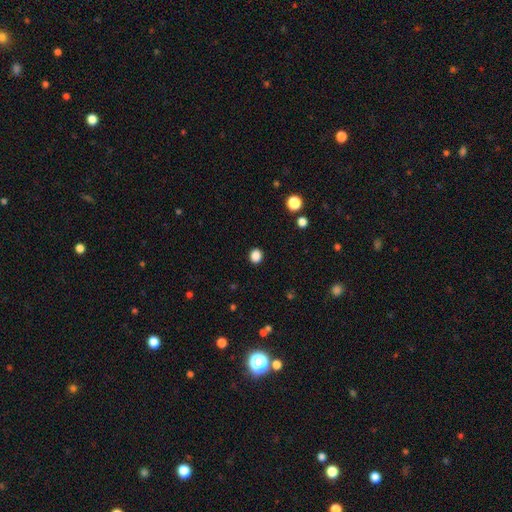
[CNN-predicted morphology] This appears to be a smooth galaxy with no disk features (86%) that is round (68%). Merging: none (91%).